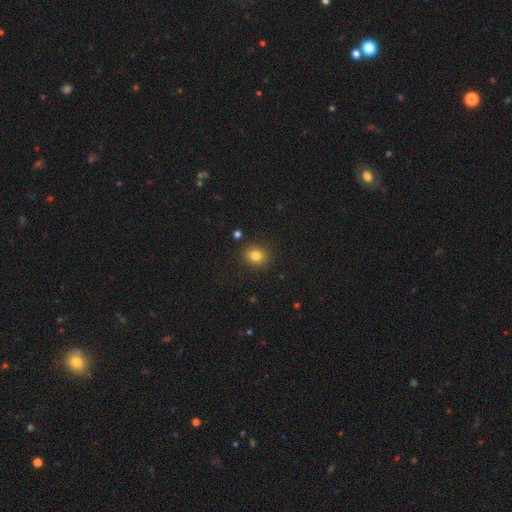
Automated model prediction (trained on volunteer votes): smooth-or-featured: smooth: 81% | star or artifact: 12% | featured or disk: 7%
  how-rounded: round: 68% | in between: 31% | cigar-shaped: 1%
  merging: none: 89% | minor disturbance: 7% | major disturbance: 2% | merger: 2%